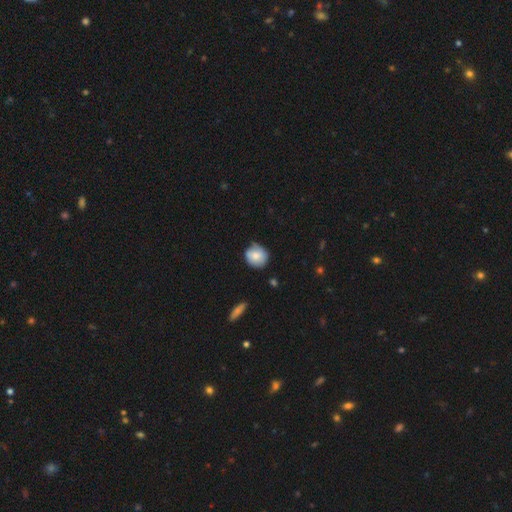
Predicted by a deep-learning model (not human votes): smooth_or_featured: smooth (p=0.76) [alt: featured or disk p=0.17]
how_rounded: round (p=0.80) [alt: in between p=0.19]
merging: none (p=0.65) [alt: minor disturbance p=0.28]